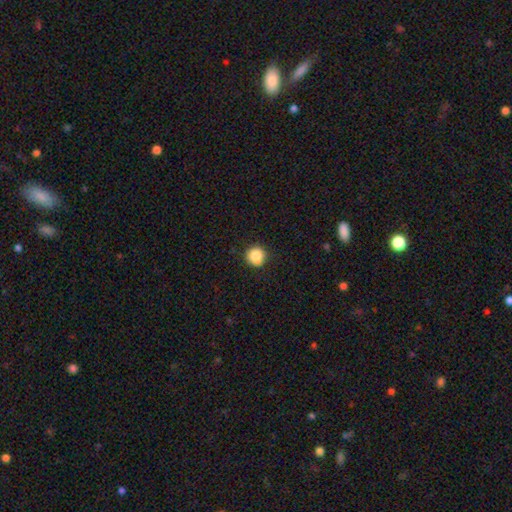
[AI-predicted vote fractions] The model was most divided on "merging": none: 83%, minor disturbance: 14%, major disturbance: 3%, merger: 1%. More confident: how rounded — round (92%); smooth or featured — smooth (86%).